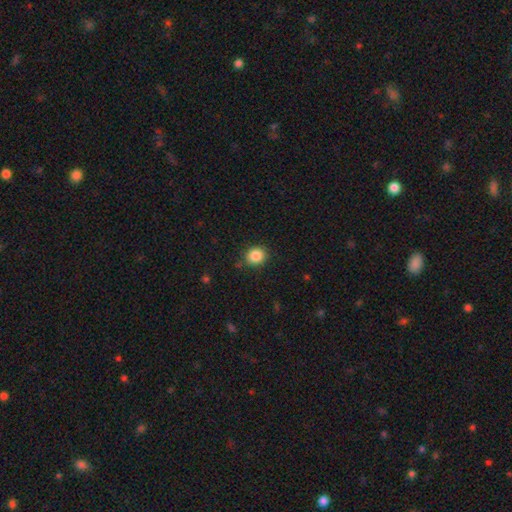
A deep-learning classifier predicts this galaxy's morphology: A smooth galaxy with no disk features (86%) that is round (73%). Merging: none (86%).